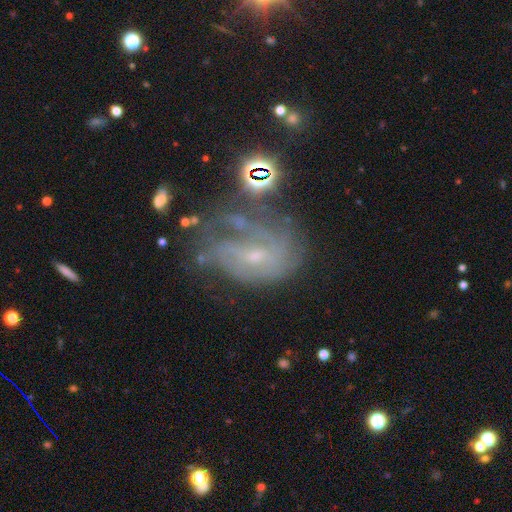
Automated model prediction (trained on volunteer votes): A featured or disk galaxy (71%) with a weak bar (45%), tight (45%) spiral arms (78%) and a small central bulge (67%).

Vote fractions:
- Smooth or featured? featured or disk: 71% / star or artifact: 14% / smooth: 14%
- Edge-on disk? no: 96% / yes: 4%
- Bar? weak: 45% / no: 43% / strong: 12%
- Spiral arms? yes: 78% / no: 22%
- Spiral winding? tight: 45% / medium: 37% / loose: 18%
- Spiral arm count? can't tell: 50% / 2: 20% / 3: 12% / 1: 7% / 4: 6% / more than 4: 4%
- Bulge size? small: 67% / moderate: 23% / none: 8% / large: 1% / dominant: 1%
- Merging? none: 41% / major disturbance: 27% / minor disturbance: 23% / merger: 9%